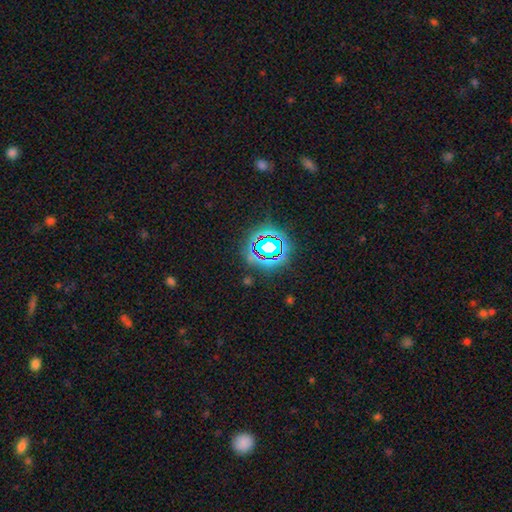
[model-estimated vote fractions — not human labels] Smooth or featured?
  - star or artifact: 76% *
  - smooth: 15%
  - featured or disk: 9%